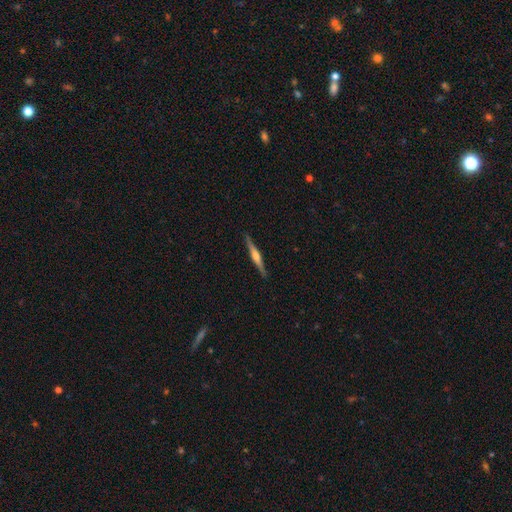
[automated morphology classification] smooth-or-featured: featured or disk: 67% | smooth: 28% | star or artifact: 5%
  disk-edge-on: yes: 98% | no: 2%
    edge-on-bulge: rounded: 76% | boxy: 14% | none: 10%
  merging: none: 90% | minor disturbance: 7% | major disturbance: 1% | merger: 1%